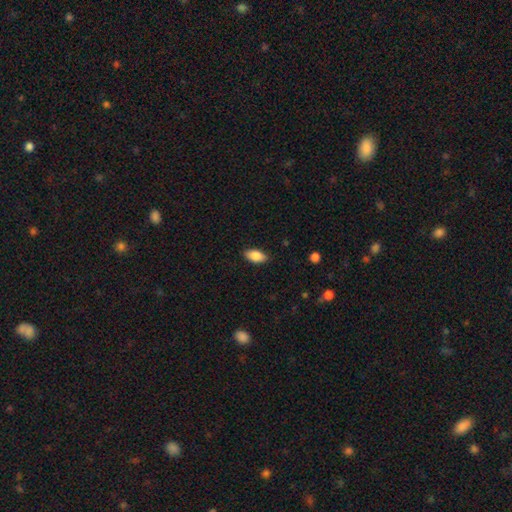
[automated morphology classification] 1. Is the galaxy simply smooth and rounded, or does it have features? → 86% smooth, 7% star or artifact, 7% featured or disk.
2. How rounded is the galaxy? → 92% in between, 5% cigar-shaped, 3% round.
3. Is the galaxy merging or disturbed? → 86% none, 10% minor disturbance, 2% major disturbance, 1% merger.